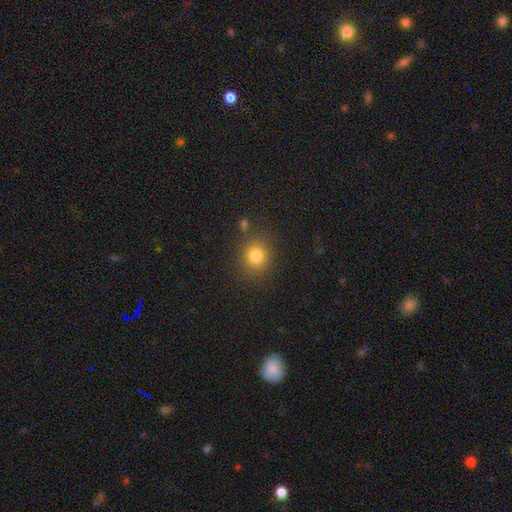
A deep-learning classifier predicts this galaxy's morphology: Smooth or featured?
  - smooth: 80% *
  - star or artifact: 14%
  - featured or disk: 7%
How rounded?
  - round: 82% *
  - in between: 17%
  - cigar-shaped: 1%
Merging?
  - none: 83% *
  - minor disturbance: 10%
  - major disturbance: 4%
  - merger: 3%